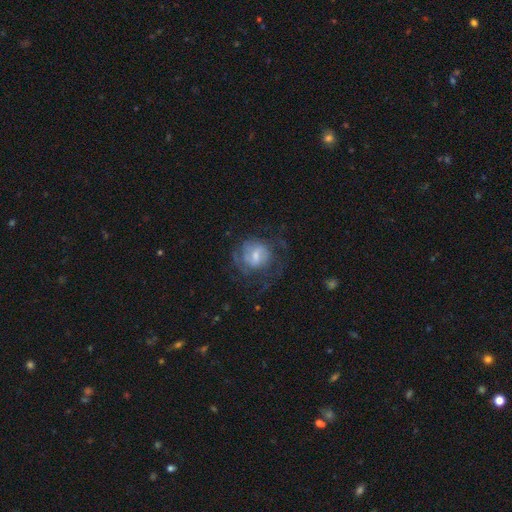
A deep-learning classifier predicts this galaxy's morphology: A featured or disk galaxy (64%) with a weak bar (52%), spiral arms (75%) and a moderate central bulge (43%).

Vote fractions:
- Smooth or featured? featured or disk: 64% / smooth: 28% / star or artifact: 9%
- Edge-on disk? no: 97% / yes: 3%
- Bar? weak: 52% / no: 35% / strong: 13%
- Spiral arms? yes: 75% / no: 25%
- Bulge size? moderate: 43% / small: 41% / large: 8% / none: 6% / dominant: 1%
- Merging? none: 53% / major disturbance: 26% / minor disturbance: 19% / merger: 2%